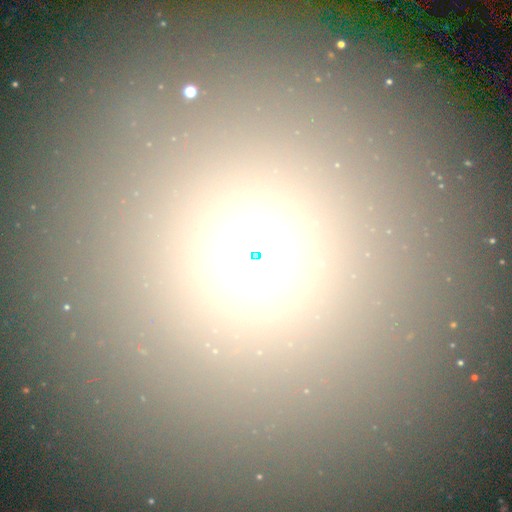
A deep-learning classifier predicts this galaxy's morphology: This is likely a smooth galaxy (67%). How rounded: clearly round (94%). Merging: clearly none (89%).